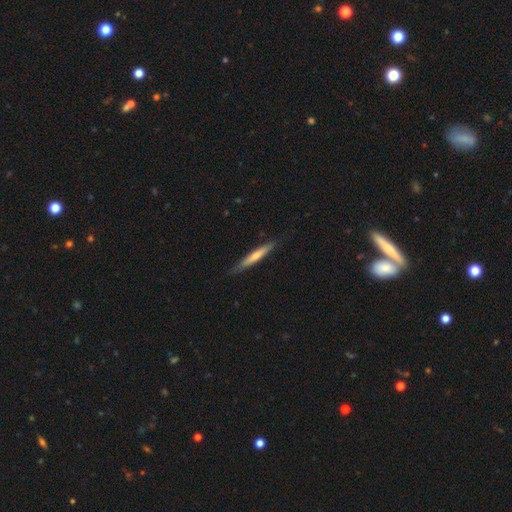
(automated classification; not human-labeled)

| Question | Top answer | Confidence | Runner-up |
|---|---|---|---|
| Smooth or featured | featured or disk | 48% | smooth (46%) |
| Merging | none | 86% | minor disturbance (11%) |